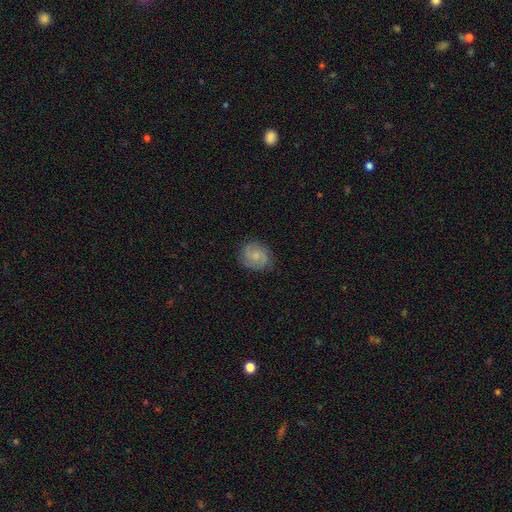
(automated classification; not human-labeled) The model was most divided on "smooth or featured": smooth: 48%, featured or disk: 44%, star or artifact: 8%. More confident: merging — none (81%).